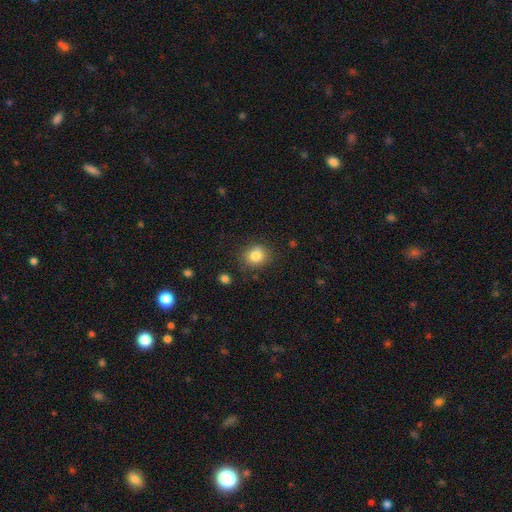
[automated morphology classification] This is clearly a smooth galaxy (84%). How rounded: likely round (75%). Merging: clearly none (82%).